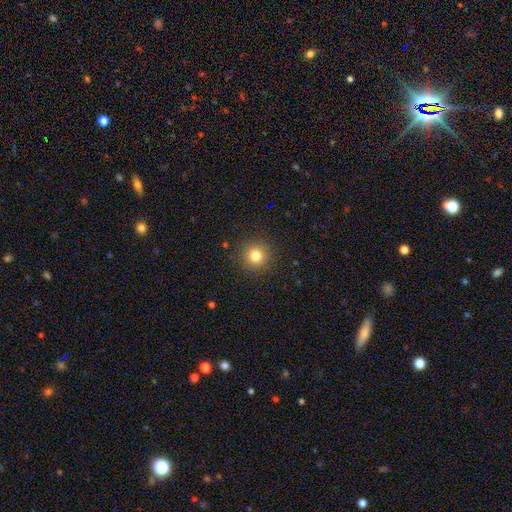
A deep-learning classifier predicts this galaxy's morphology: Q: Smooth or featured?
A: smooth (80%); runner-up: star or artifact (13%)
Q: How rounded?
A: round (94%); runner-up: in between (5%)
Q: Merging?
A: none (90%); runner-up: minor disturbance (6%)